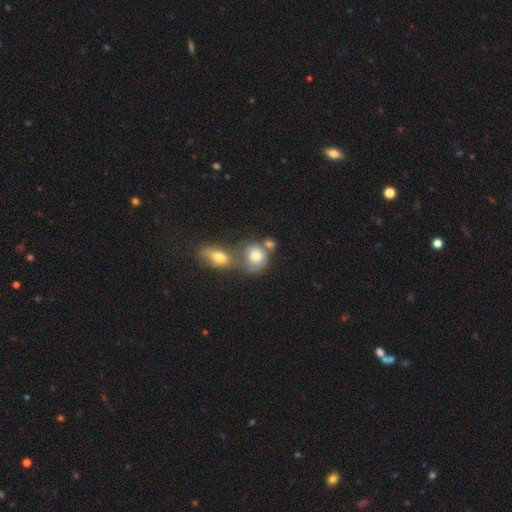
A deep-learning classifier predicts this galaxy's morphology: A smooth galaxy with no disk features (69%) that is round (65%). Merging: merger (50%).